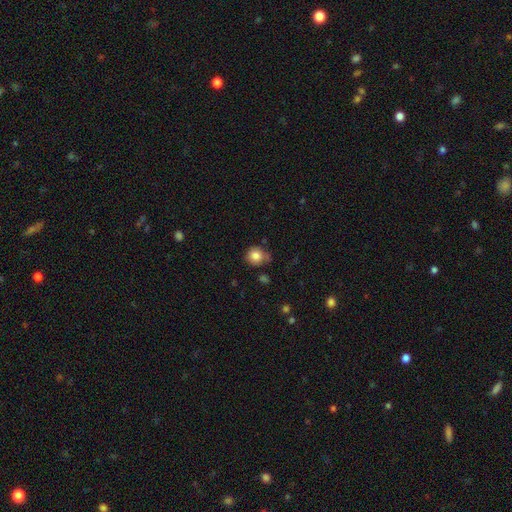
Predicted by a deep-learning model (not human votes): Morphology: type=smooth (83%); roundness=round (86%); merging=none (68%).